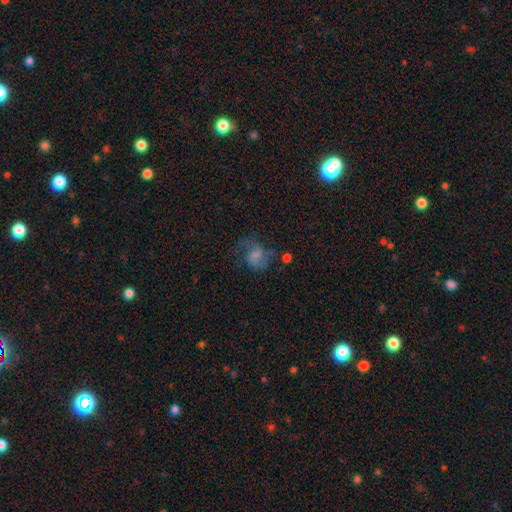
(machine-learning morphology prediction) Smooth or featured: featured or disk — 51% (smooth — 38%)
Edge-on disk: no — 98% (yes — 2%)
Merging: none — 42% (major disturbance — 30%)